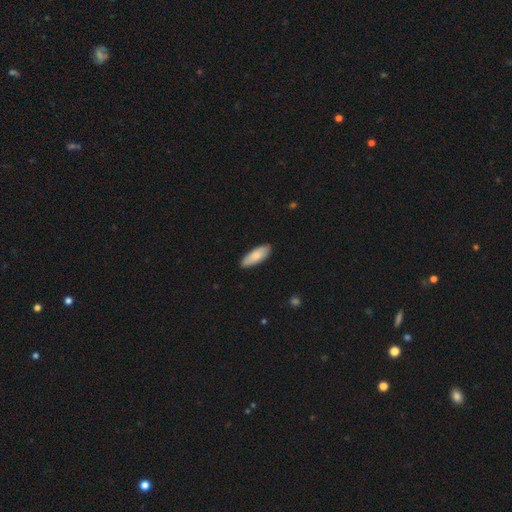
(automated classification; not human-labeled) This appears to be a smooth galaxy with no disk features (83%) that is in between round and cigar-shaped (69%). Merging: none (88%).